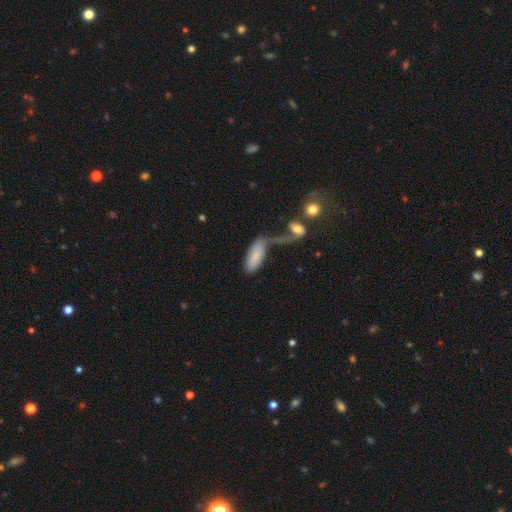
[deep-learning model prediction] Overall: smooth (77%). How rounded: in between (80%). Merging: merger (42%; none 29%).